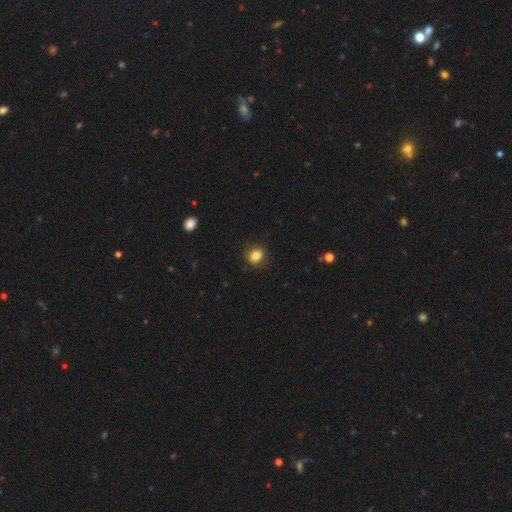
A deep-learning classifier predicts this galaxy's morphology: Smooth or featured?
  - smooth: 85% *
  - star or artifact: 10%
  - featured or disk: 5%
How rounded?
  - round: 62% *
  - in between: 37%
  - cigar-shaped: 1%
Merging?
  - none: 85% *
  - minor disturbance: 11%
  - major disturbance: 3%
  - merger: 1%